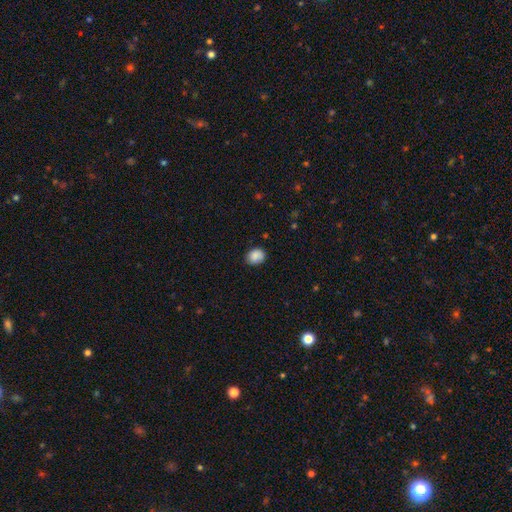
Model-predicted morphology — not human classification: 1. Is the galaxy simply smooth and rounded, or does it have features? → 88% smooth, 8% star or artifact, 4% featured or disk.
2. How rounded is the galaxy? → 53% round, 47% in between, 1% cigar-shaped.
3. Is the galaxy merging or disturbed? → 84% none, 13% minor disturbance, 2% major disturbance, 1% merger.